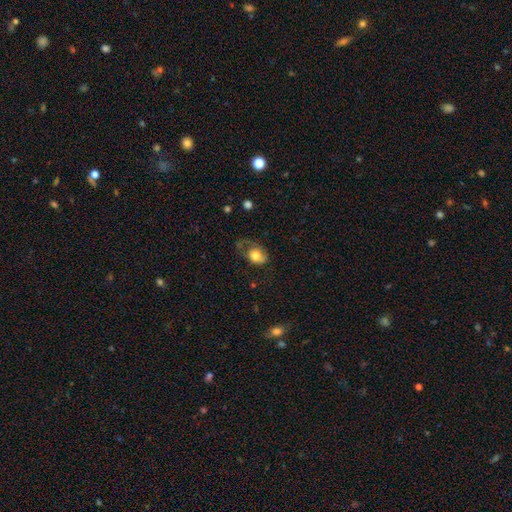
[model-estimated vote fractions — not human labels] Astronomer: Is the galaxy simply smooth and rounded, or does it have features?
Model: smooth — 67%.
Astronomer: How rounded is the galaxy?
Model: in between — 61% (runner-up: round, 38%).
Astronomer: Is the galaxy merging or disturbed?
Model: major disturbance — 37% (runner-up: none, 32%).